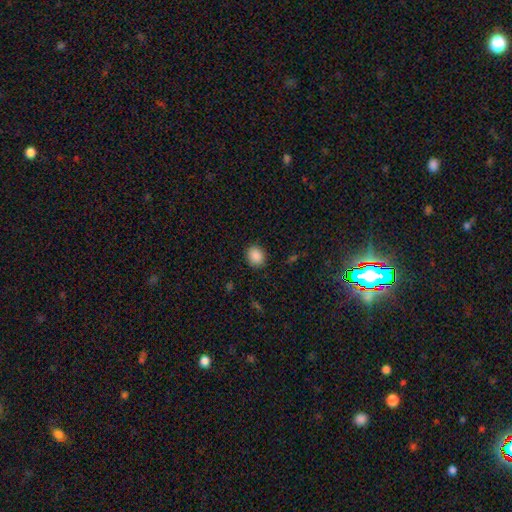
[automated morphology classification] Smooth or featured?
  - smooth: 88% *
  - star or artifact: 9%
  - featured or disk: 3%
How rounded?
  - round: 57% *
  - in between: 42%
  - cigar-shaped: 1%
Merging?
  - none: 89% *
  - minor disturbance: 7%
  - major disturbance: 2%
  - merger: 1%